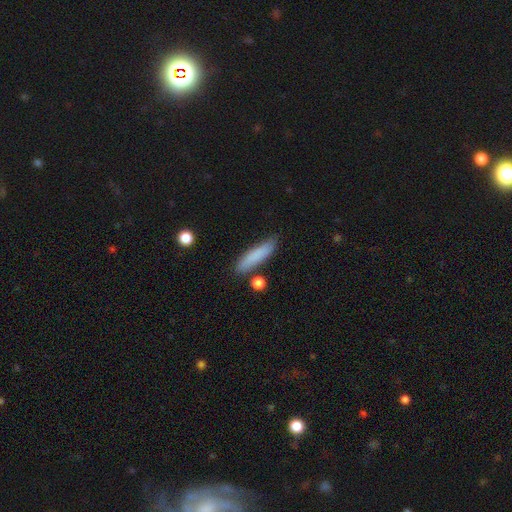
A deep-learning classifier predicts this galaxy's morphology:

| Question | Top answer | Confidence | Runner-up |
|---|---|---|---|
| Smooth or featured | smooth | 82% | featured or disk (12%) |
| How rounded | cigar-shaped | 79% | in between (19%) |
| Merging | none | 81% | minor disturbance (12%) |